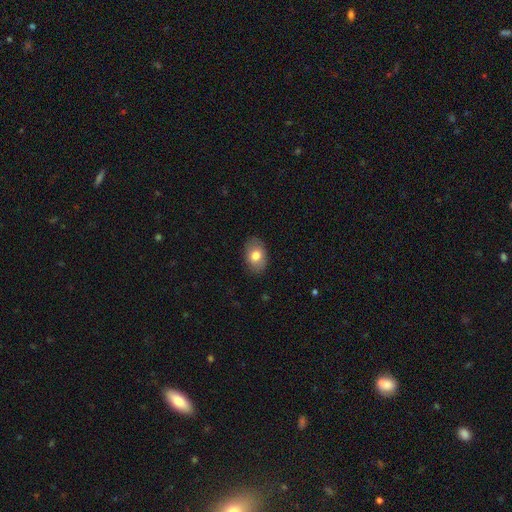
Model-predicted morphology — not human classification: This appears to be a smooth galaxy with no disk features (78%) that is in between round and cigar-shaped (84%). Merging: none (86%).